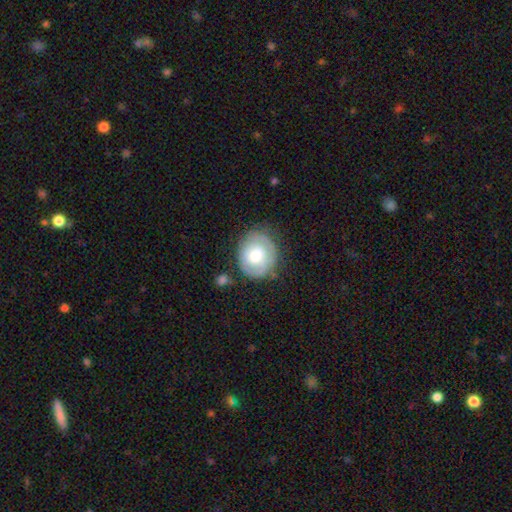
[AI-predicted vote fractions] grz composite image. It shows a featured or disk galaxy (53%) with no bar (77%), spiral arms (63%) and a moderate central bulge (52%). Merging: none (68%).